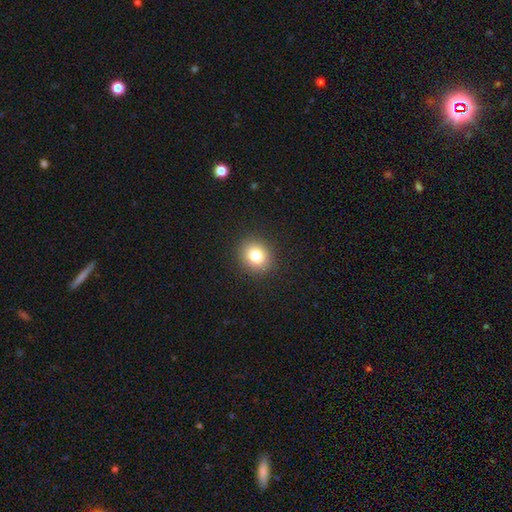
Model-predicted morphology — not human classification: smooth 81%, star or artifact 11%, featured or disk 8%. Down the decision tree: how rounded — round (72%); merging — none (90%).